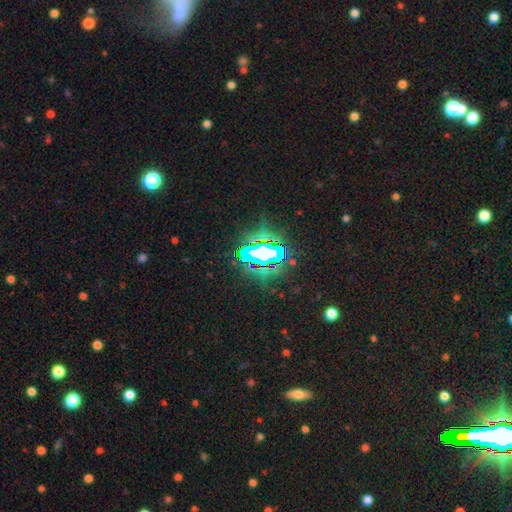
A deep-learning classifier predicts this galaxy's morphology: Smooth or featured: star or artifact — 77% (smooth — 12%)